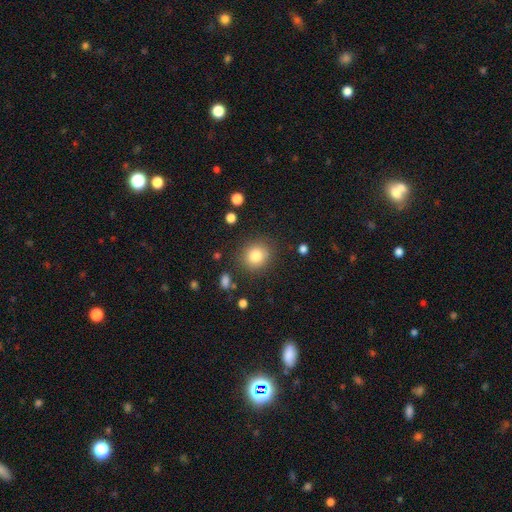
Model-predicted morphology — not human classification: Smooth or featured? smooth (82%)
How rounded? round (83%)
Merging? none (85%)